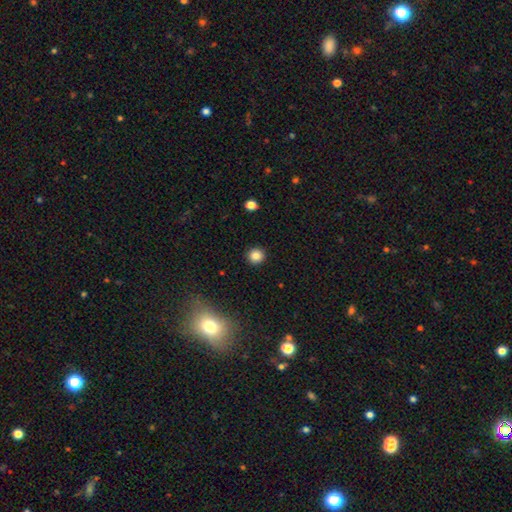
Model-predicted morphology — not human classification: Smooth or featured: smooth — 84% (star or artifact — 11%)
How rounded: round — 94% (in between — 5%)
Merging: none — 92% (minor disturbance — 5%)